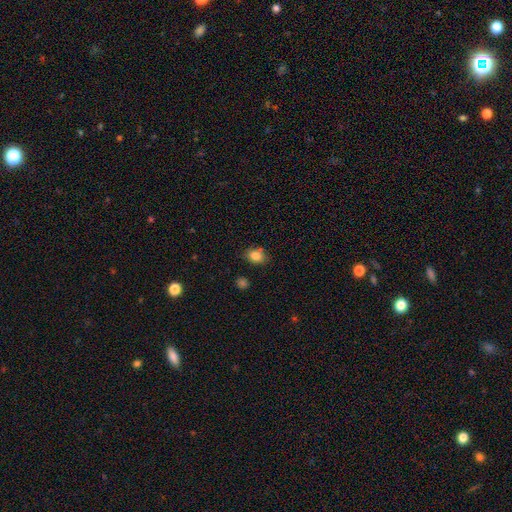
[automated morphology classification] Smooth or featured? smooth (83%)
How rounded? in between (59%)
Merging? none (76%)